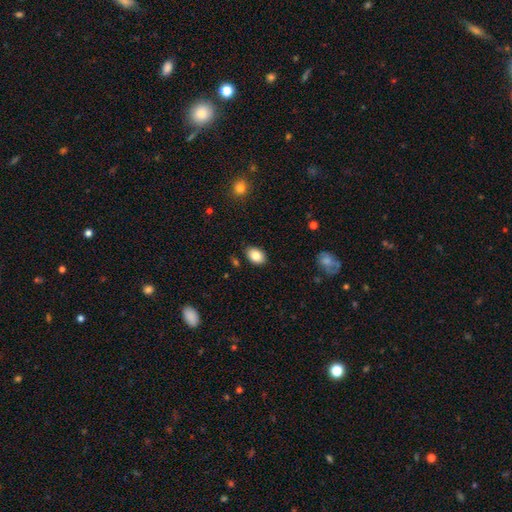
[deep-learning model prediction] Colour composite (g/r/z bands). It shows a smooth galaxy with no disk features (85%) that is in between round and cigar-shaped (85%). Merging: none (86%).